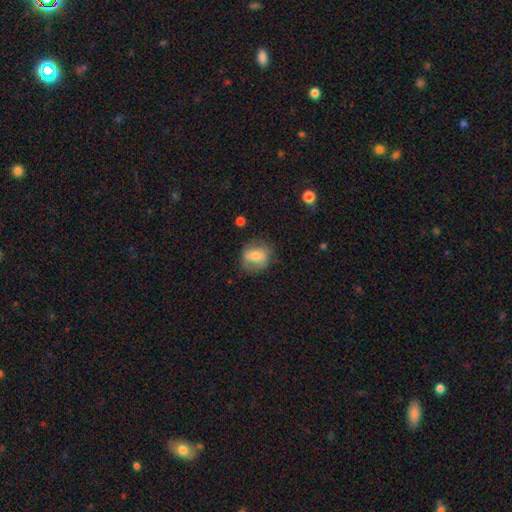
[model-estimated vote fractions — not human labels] Smooth or featured? smooth (61%)
How rounded? round (60%)
Merging? none (65%)